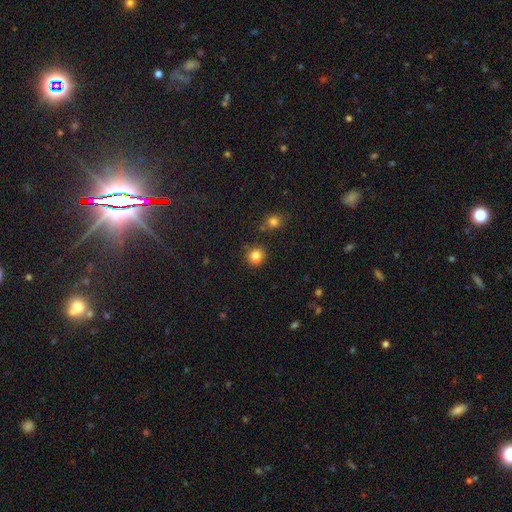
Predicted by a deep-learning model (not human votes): The model was most divided on "smooth or featured": smooth: 84%, star or artifact: 11%, featured or disk: 5%. More confident: how rounded — round (90%); merging — none (85%).